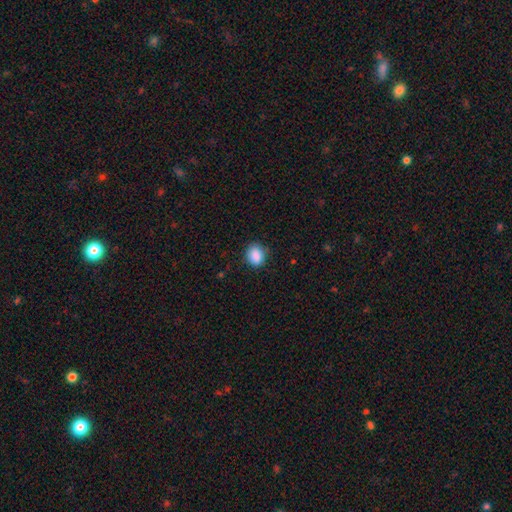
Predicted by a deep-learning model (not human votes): smooth-or-featured: smooth: 89% | star or artifact: 8% | featured or disk: 3%
  how-rounded: in between: 53% | round: 46% | cigar-shaped: 1%
  merging: none: 82% | minor disturbance: 14% | major disturbance: 3% | merger: 1%